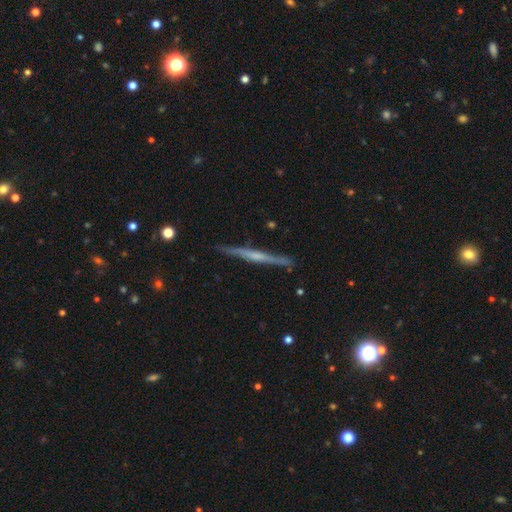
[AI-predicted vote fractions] Q: Smooth or featured?
A: featured or disk (69%); runner-up: smooth (25%)
Q: Edge-on disk?
A: yes (98%); runner-up: no (2%)
Q: Edge-on bulge?
A: rounded (45%); runner-up: none (41%)
Q: Merging?
A: none (88%); runner-up: minor disturbance (9%)